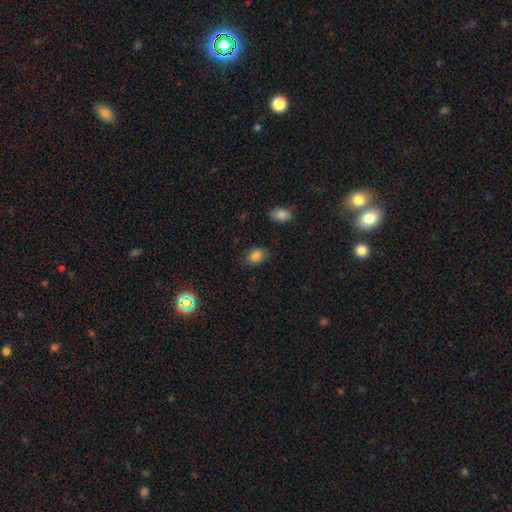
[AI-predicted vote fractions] A smooth galaxy with no disk features (84%) that is in between round and cigar-shaped (80%).

Vote fractions:
- Smooth or featured? smooth: 84% / star or artifact: 11% / featured or disk: 5%
- How rounded? in between: 80% / round: 19% / cigar-shaped: 1%
- Merging? none: 80% / minor disturbance: 15% / major disturbance: 3% / merger: 2%